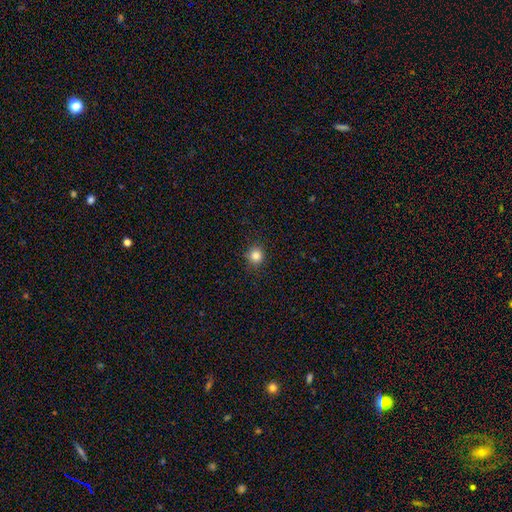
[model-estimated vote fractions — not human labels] Smooth or featured: smooth — 83% (star or artifact — 12%)
How rounded: round — 89% (in between — 10%)
Merging: none — 89% (minor disturbance — 8%)